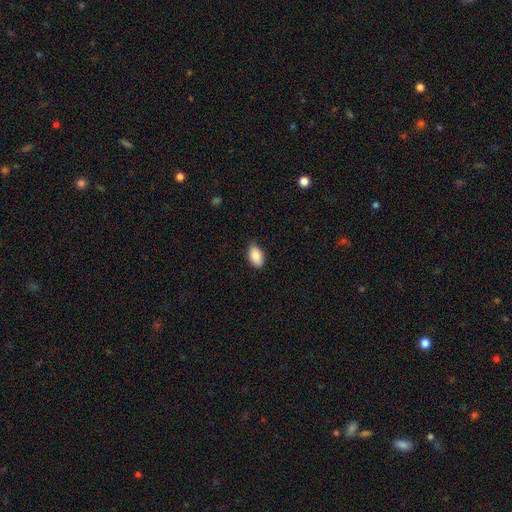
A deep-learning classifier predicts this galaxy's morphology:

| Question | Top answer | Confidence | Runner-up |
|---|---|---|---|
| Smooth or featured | smooth | 87% | star or artifact (7%) |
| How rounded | in between | 93% | round (5%) |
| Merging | none | 79% | minor disturbance (17%) |